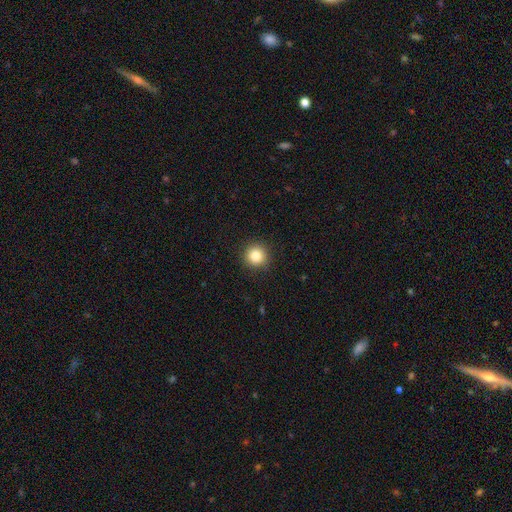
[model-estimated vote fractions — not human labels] smooth-or-featured: smooth: 85% | star or artifact: 10% | featured or disk: 5%
  how-rounded: round: 94% | in between: 5% | cigar-shaped: 1%
  merging: none: 92% | minor disturbance: 5% | major disturbance: 2% | merger: 1%